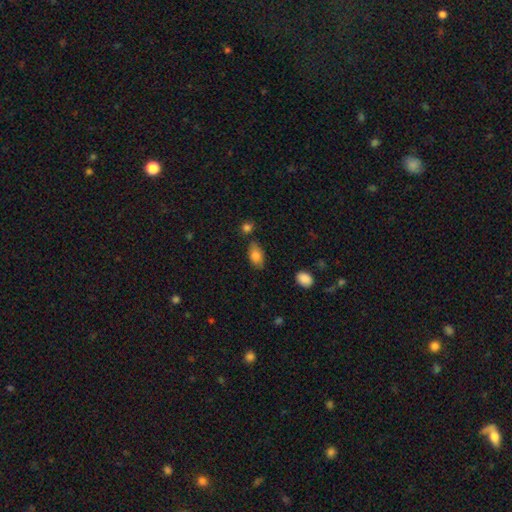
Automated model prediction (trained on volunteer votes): Overall: smooth (83%). How rounded: in between (90%). Merging: none (73%).